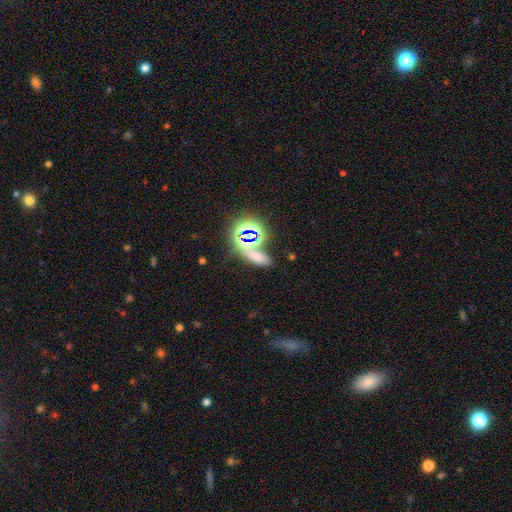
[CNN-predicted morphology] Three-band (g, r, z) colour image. It shows a smooth galaxy with no disk features (50%). Merging: none (62%).